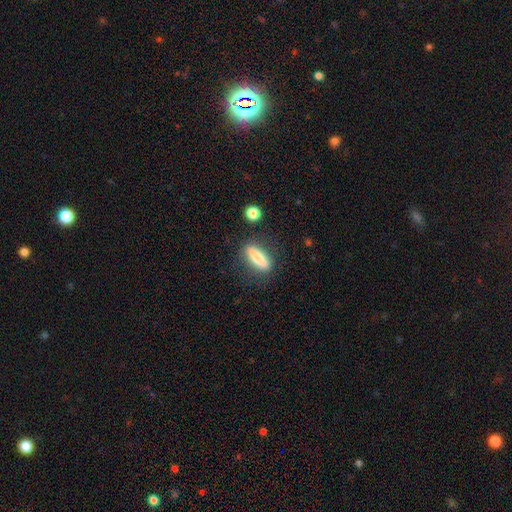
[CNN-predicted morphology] smooth 72%, featured or disk 21%, star or artifact 7%. Down the decision tree: how rounded — cigar-shaped (56%); merging — none (83%).